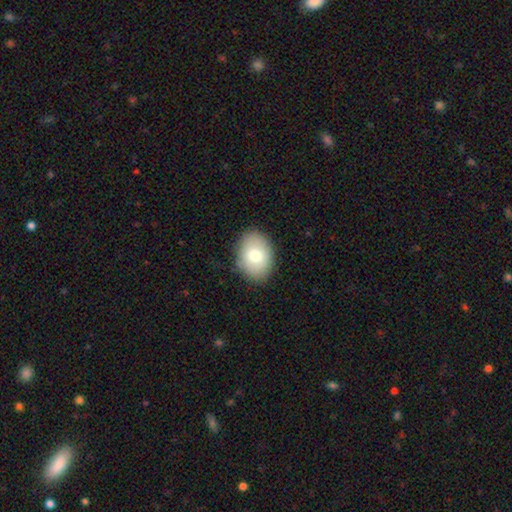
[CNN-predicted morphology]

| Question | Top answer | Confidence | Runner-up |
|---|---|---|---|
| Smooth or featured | smooth | 77% | featured or disk (15%) |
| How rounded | in between | 76% | round (23%) |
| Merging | none | 85% | minor disturbance (11%) |